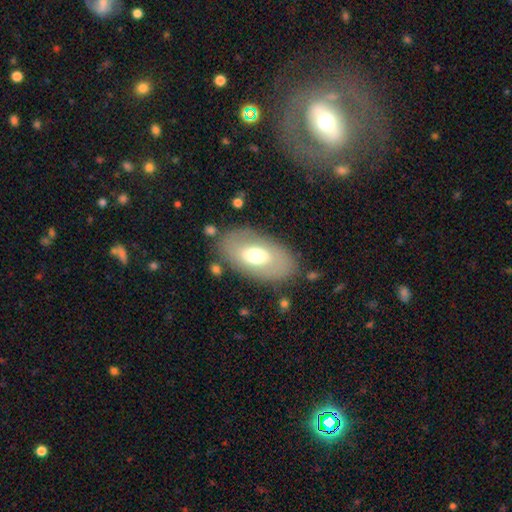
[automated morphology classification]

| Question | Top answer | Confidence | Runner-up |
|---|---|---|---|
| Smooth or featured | smooth | 54% | featured or disk (40%) |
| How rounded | in between | 92% | round (6%) |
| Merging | none | 79% | minor disturbance (12%) |